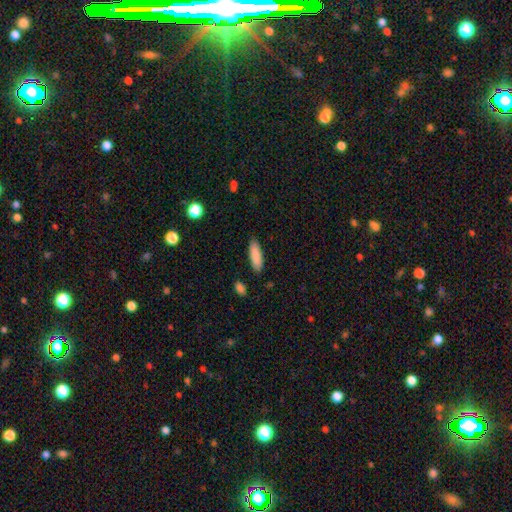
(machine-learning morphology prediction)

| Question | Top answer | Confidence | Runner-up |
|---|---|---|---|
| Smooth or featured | smooth | 87% | featured or disk (7%) |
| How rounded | cigar-shaped | 50% | in between (48%) |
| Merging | none | 88% | minor disturbance (9%) |